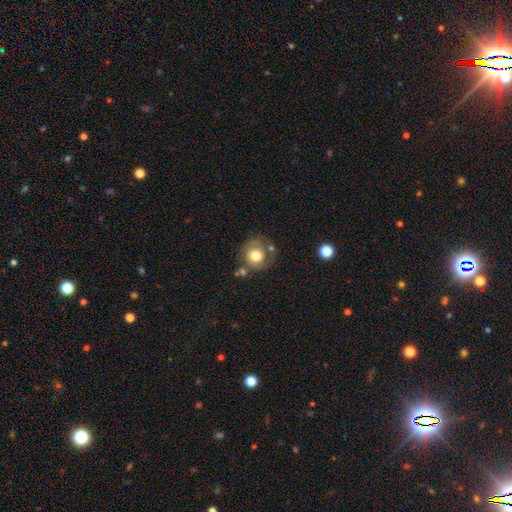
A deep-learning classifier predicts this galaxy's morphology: This is likely a smooth galaxy (68%). How rounded: clearly round (86%). Merging: possibly none (59%).